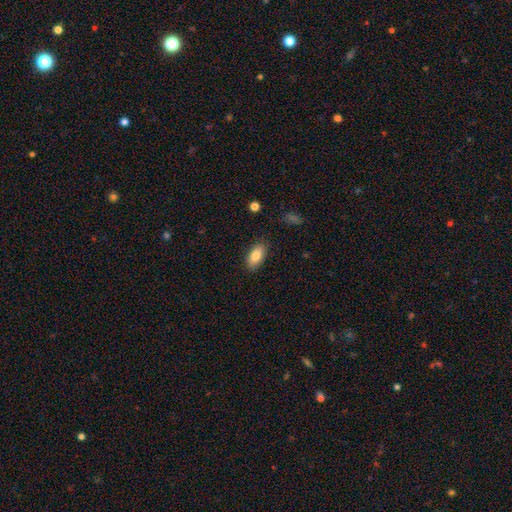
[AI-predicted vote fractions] Overall: smooth (83%). How rounded: in between (91%). Merging: none (87%).